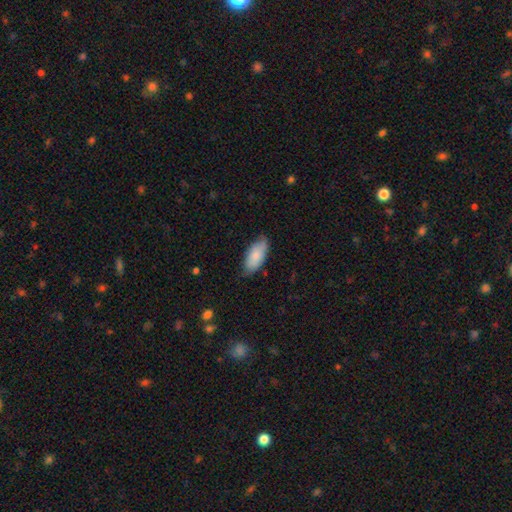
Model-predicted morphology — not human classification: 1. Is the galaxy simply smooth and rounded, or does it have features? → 83% smooth, 11% featured or disk, 6% star or artifact.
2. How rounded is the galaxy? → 89% in between, 9% cigar-shaped, 2% round.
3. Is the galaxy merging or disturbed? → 72% none, 23% minor disturbance, 3% major disturbance, 1% merger.